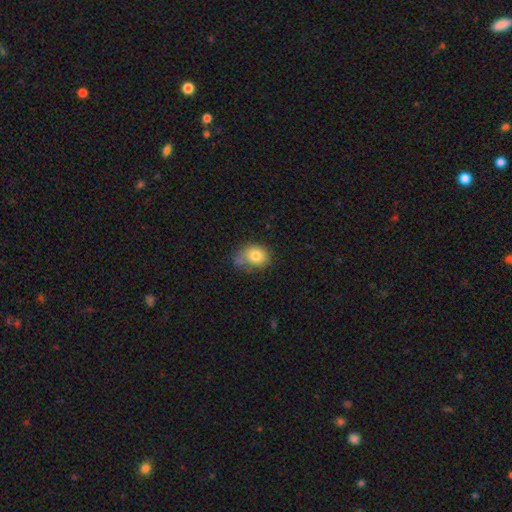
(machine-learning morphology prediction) smooth-or-featured: smooth: 79% | featured or disk: 12% | star or artifact: 10%
  how-rounded: round: 53% | in between: 46% | cigar-shaped: 1%
  merging: none: 48% | minor disturbance: 31% | major disturbance: 12% | merger: 10%